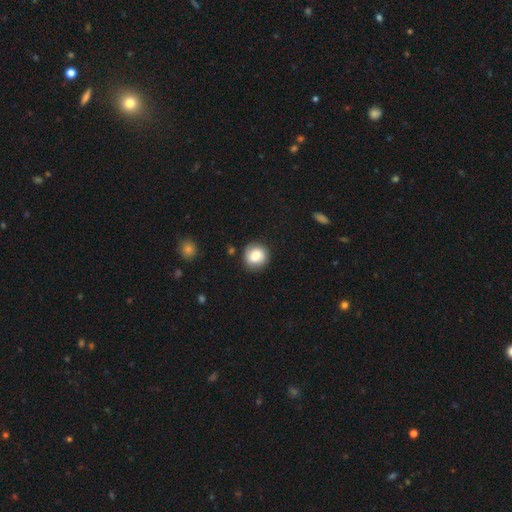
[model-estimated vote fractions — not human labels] Smooth or featured: smooth — 76% (featured or disk — 16%)
How rounded: round — 86% (in between — 13%)
Merging: none — 83% (minor disturbance — 12%)